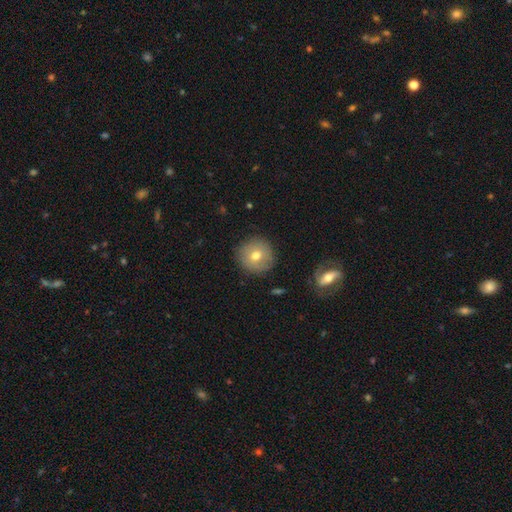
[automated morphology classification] type=smooth (70%); roundness=round (94%); merging=none (88%).